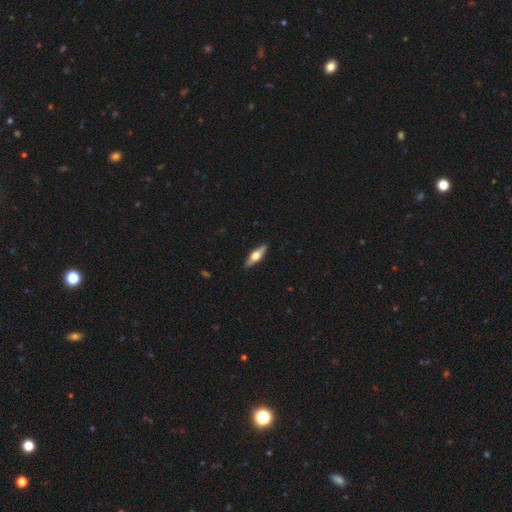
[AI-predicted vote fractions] Smooth or featured? featured or disk (61%)
Edge-on disk? yes (94%)
Edge-on bulge? rounded (95%)
Merging? none (90%)